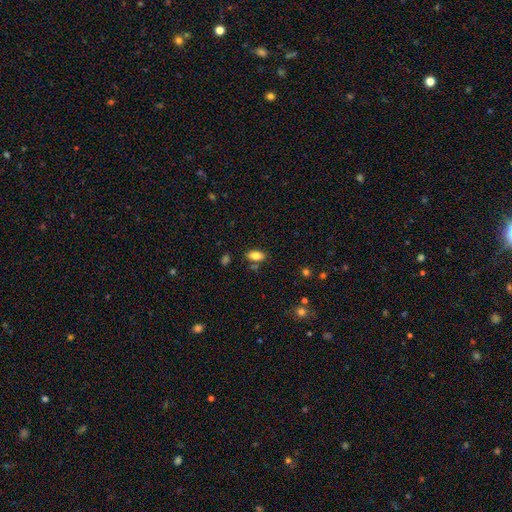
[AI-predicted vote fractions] The model was most divided on "merging": none: 78%, minor disturbance: 13%, merger: 6%, major disturbance: 3%. More confident: how rounded — in between (90%); smooth or featured — smooth (80%).